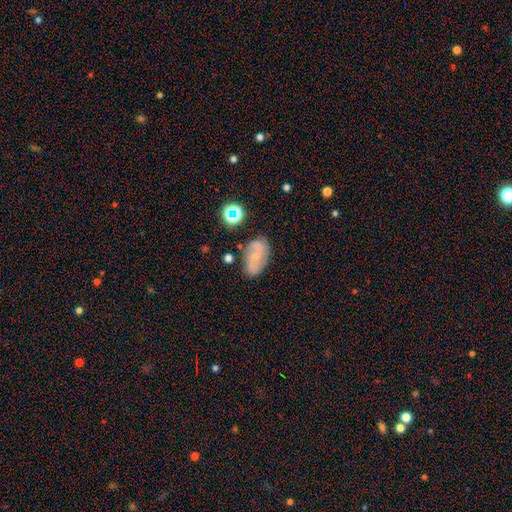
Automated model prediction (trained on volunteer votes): Smooth or featured? featured or disk (56%)
Edge-on disk? no (96%)
Bar? no (61%)
Spiral arms? yes (84%)
Bulge size? small (67%)
Merging? none (71%)